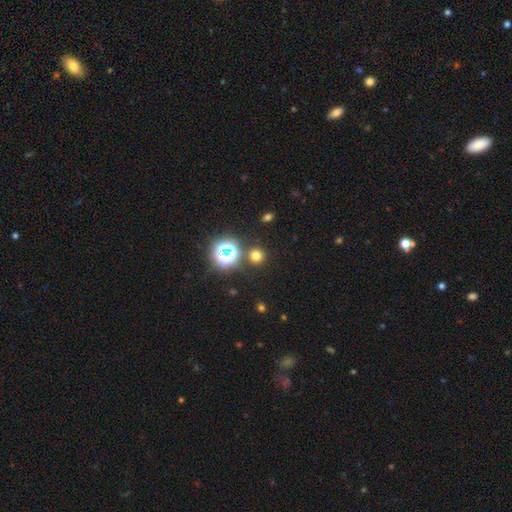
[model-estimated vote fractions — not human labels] Smooth or featured? Predicted: smooth (p=0.67). How rounded? Predicted: round (p=0.94). Merging? Predicted: none (p=0.86).